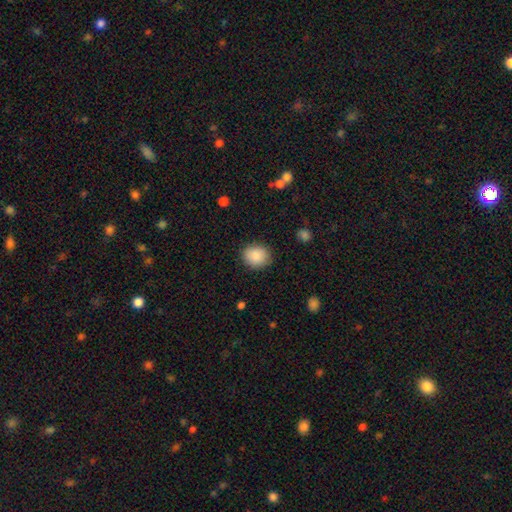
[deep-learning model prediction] Morphology: type=smooth (88%); roundness=round (68%); merging=none (86%).